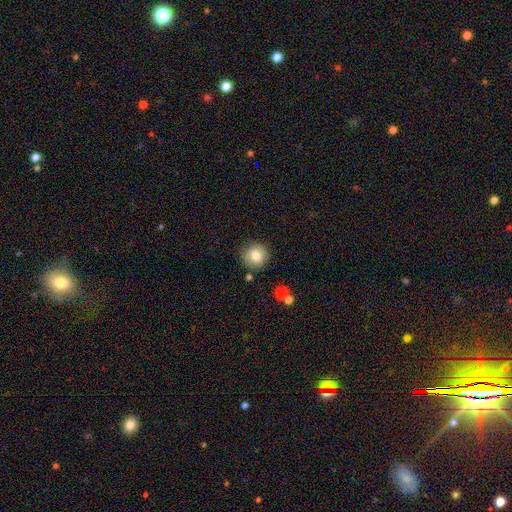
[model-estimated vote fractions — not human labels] Smooth or featured?
  - smooth: 79% *
  - featured or disk: 12%
  - star or artifact: 9%
How rounded?
  - round: 92% *
  - in between: 7%
  - cigar-shaped: 1%
Merging?
  - none: 85% *
  - minor disturbance: 9%
  - merger: 3%
  - major disturbance: 3%